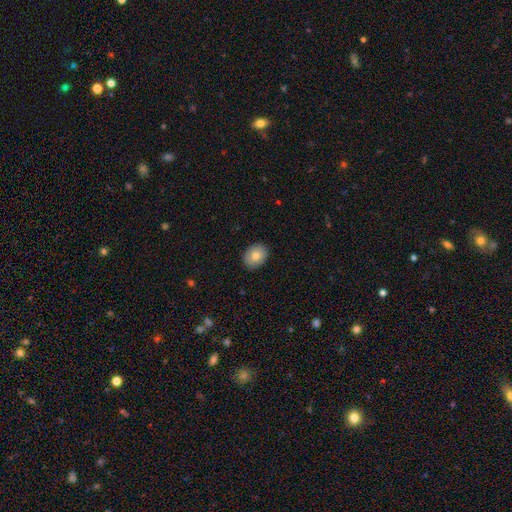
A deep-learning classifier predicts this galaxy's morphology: Smooth or featured: smooth — 79% (featured or disk — 14%)
How rounded: in between — 61% (round — 38%)
Merging: none — 89% (minor disturbance — 8%)